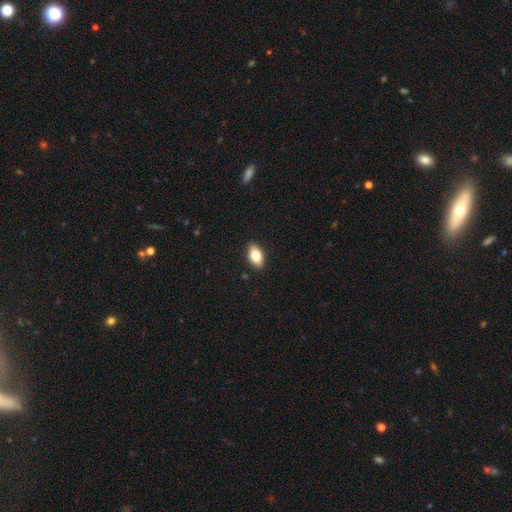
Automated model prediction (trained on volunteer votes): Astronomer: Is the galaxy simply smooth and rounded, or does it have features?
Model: smooth — 81%.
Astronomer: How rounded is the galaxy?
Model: in between — 91%.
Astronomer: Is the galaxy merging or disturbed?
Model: none — 90%.